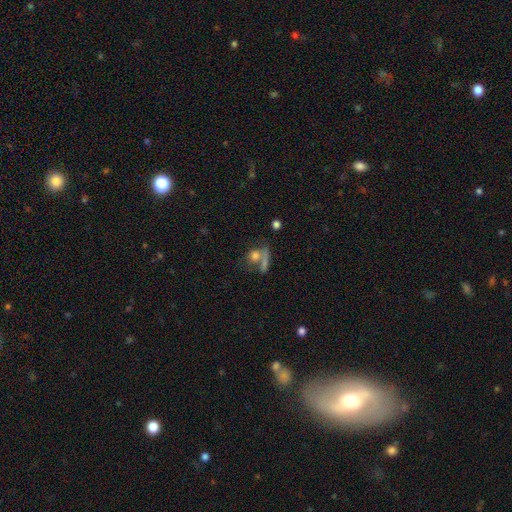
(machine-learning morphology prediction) Overall: smooth (72%). How rounded: round (56%; in between 36%). Merging: none (42%; merger 36%).